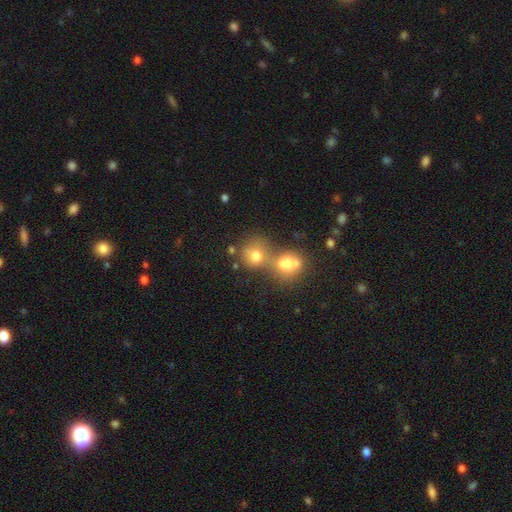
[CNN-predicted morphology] smooth 72%, star or artifact 14%, featured or disk 14%. Down the decision tree: how rounded — round (78%); merging — merger (50%).